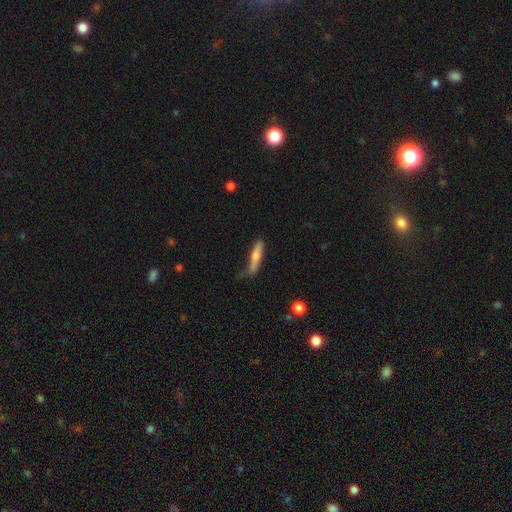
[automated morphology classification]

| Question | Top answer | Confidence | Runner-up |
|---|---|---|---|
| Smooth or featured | smooth | 62% | featured or disk (32%) |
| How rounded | cigar-shaped | 87% | in between (12%) |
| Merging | none | 60% | minor disturbance (29%) |